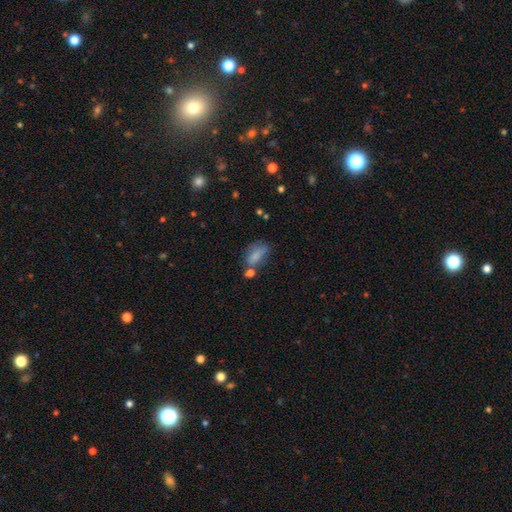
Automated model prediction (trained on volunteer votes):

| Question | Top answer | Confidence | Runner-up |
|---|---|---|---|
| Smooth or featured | smooth | 75% | featured or disk (14%) |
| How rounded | in between | 81% | cigar-shaped (13%) |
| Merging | none | 42% | minor disturbance (26%) |